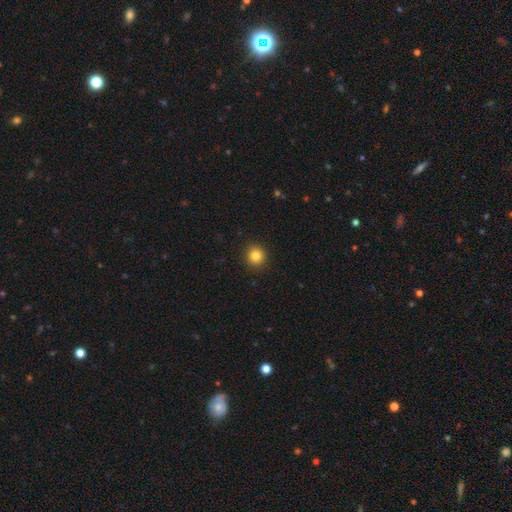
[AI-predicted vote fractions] The model was most divided on "smooth or featured": smooth: 83%, star or artifact: 11%, featured or disk: 6%. More confident: merging — none (92%); how rounded — round (92%).